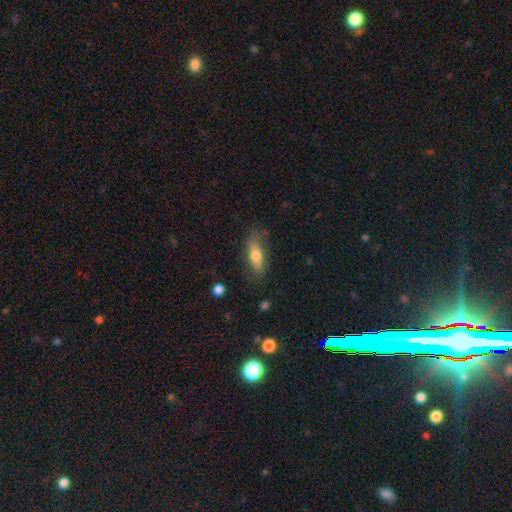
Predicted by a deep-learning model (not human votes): A smooth galaxy with no disk features (62%) that is in between round and cigar-shaped (54%).

Vote fractions:
- Smooth or featured? smooth: 62% / featured or disk: 32% / star or artifact: 7%
- How rounded? in between: 54% / cigar-shaped: 43% / round: 3%
- Merging? none: 69% / minor disturbance: 21% / major disturbance: 8% / merger: 2%